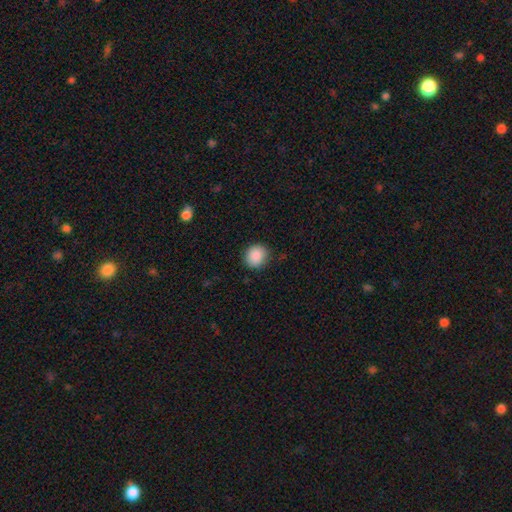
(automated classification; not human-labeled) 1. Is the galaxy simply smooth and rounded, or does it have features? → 89% smooth, 8% star or artifact, 3% featured or disk.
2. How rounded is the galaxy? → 80% round, 20% in between, 1% cigar-shaped.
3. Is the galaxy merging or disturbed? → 85% none, 11% minor disturbance, 3% major disturbance, 1% merger.